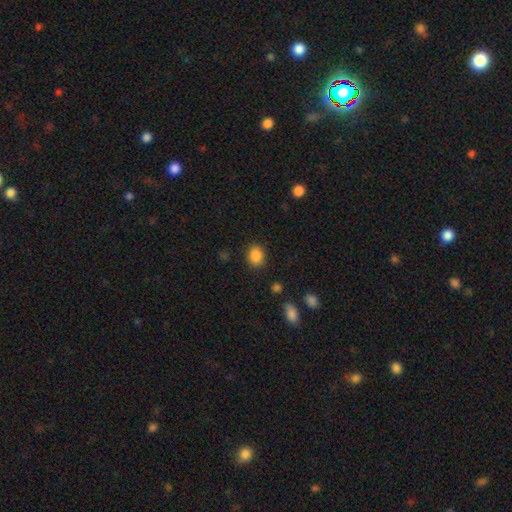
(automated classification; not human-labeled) A smooth galaxy with no disk features (87%) that is round (53%).

Vote fractions:
- Smooth or featured? smooth: 87% / star or artifact: 9% / featured or disk: 4%
- How rounded? round: 53% / in between: 46% / cigar-shaped: 1%
- Merging? none: 87% / minor disturbance: 9% / major disturbance: 3% / merger: 1%